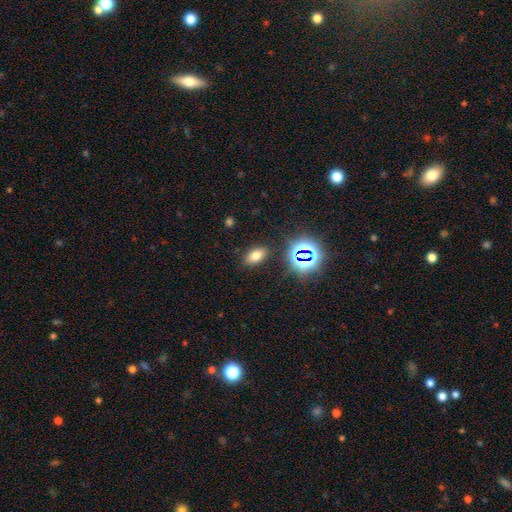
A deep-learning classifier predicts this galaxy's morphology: The model was most divided on "smooth or featured": smooth: 68%, star or artifact: 21%, featured or disk: 11%. More confident: merging — none (86%); how rounded — in between (86%).